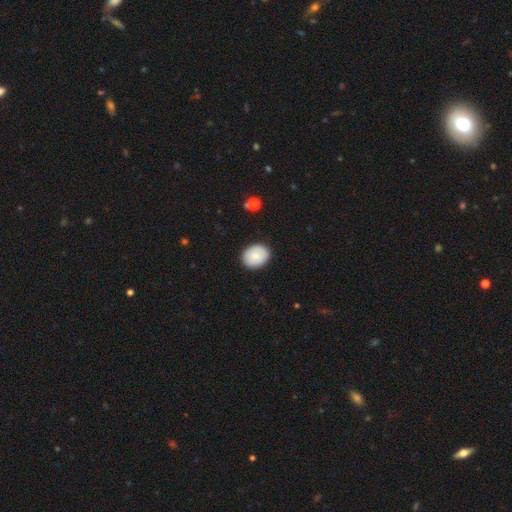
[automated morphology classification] Q: Smooth or featured?
A: smooth (76%); runner-up: featured or disk (17%)
Q: How rounded?
A: in between (53%); runner-up: round (46%)
Q: Merging?
A: none (87%); runner-up: minor disturbance (10%)